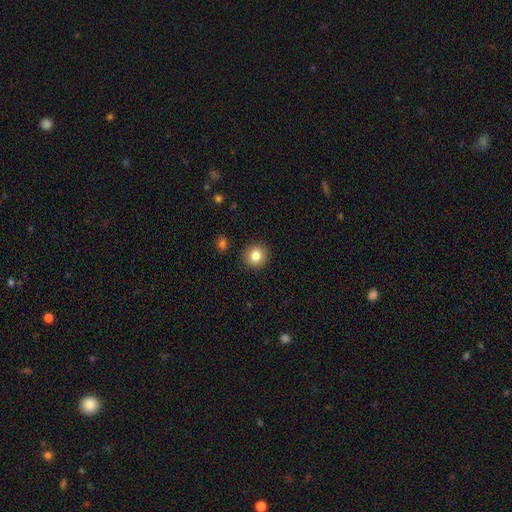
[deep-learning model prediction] Morphology: type=smooth (84%); roundness=round (86%); merging=none (90%).